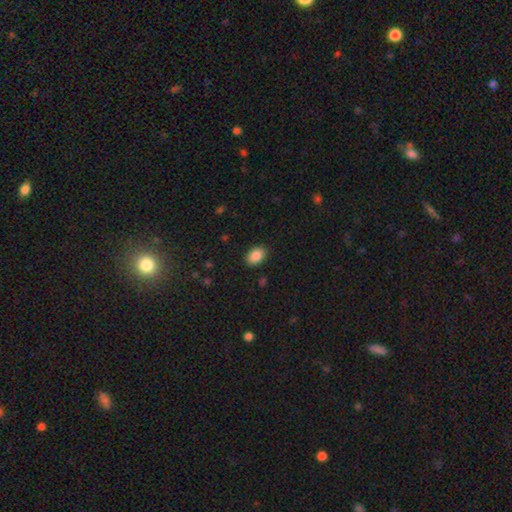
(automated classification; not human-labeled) This appears to be a smooth galaxy with no disk features (88%) that is in between round and cigar-shaped (82%). Merging: none (88%).